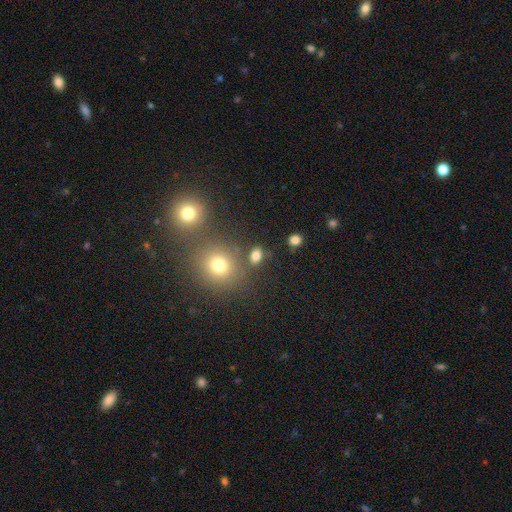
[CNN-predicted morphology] smooth 78%, star or artifact 15%, featured or disk 7%. Down the decision tree: how rounded — in between (68%); merging — none (76%).